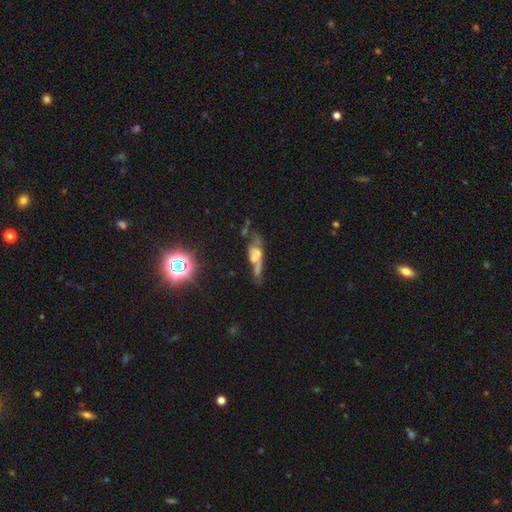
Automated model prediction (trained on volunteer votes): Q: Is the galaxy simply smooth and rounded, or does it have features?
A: featured or disk — 44%.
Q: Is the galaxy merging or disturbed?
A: merger — 29%.